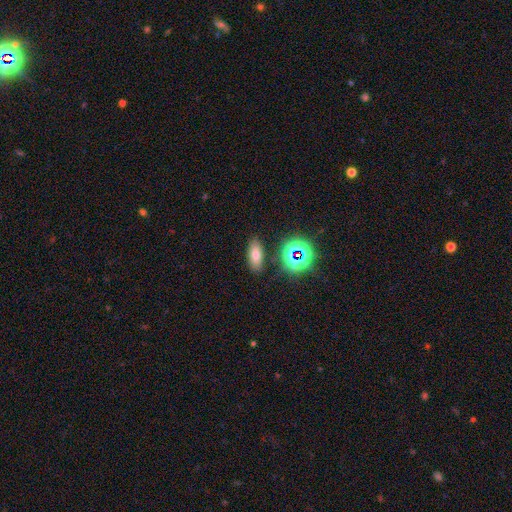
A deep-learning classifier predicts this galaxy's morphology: Smooth or featured? Predicted: smooth (p=0.68). How rounded? Predicted: in between (p=0.79). Merging? Predicted: none (p=0.84).